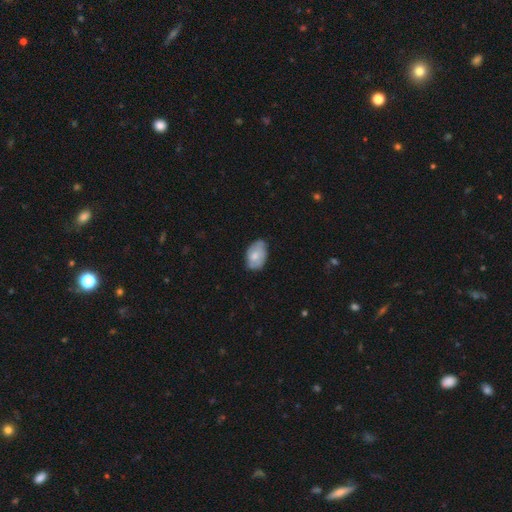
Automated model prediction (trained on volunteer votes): smooth 65%, featured or disk 29%, star or artifact 6%. Down the decision tree: how rounded — in between (89%); merging — none (63%).